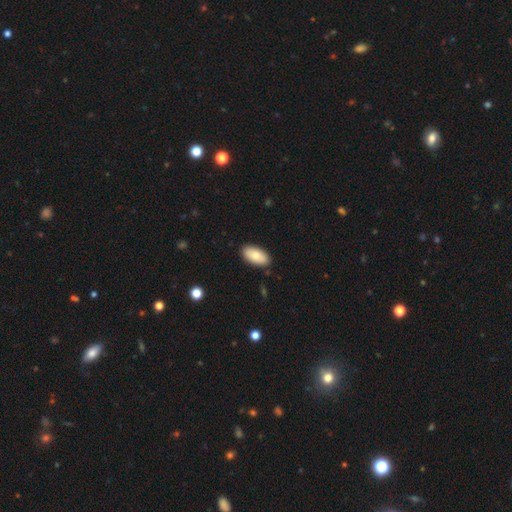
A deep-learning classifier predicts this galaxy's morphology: This appears to be a smooth galaxy with no disk features (79%) that is in between round and cigar-shaped (94%). Merging: none (89%).